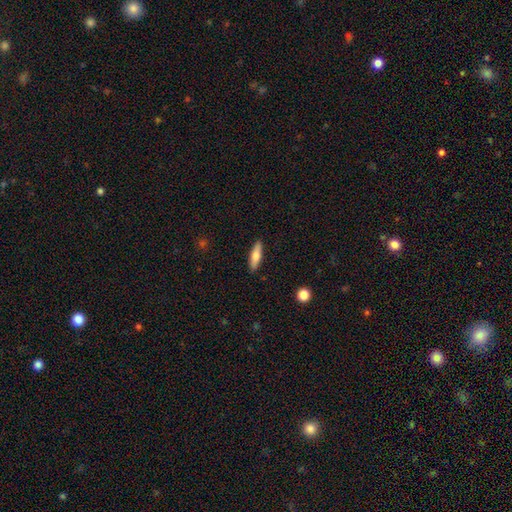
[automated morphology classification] smooth-or-featured: smooth: 69% | featured or disk: 25% | star or artifact: 6%
  how-rounded: cigar-shaped: 61% | in between: 37% | round: 2%
  merging: none: 90% | minor disturbance: 7% | major disturbance: 2% | merger: 1%